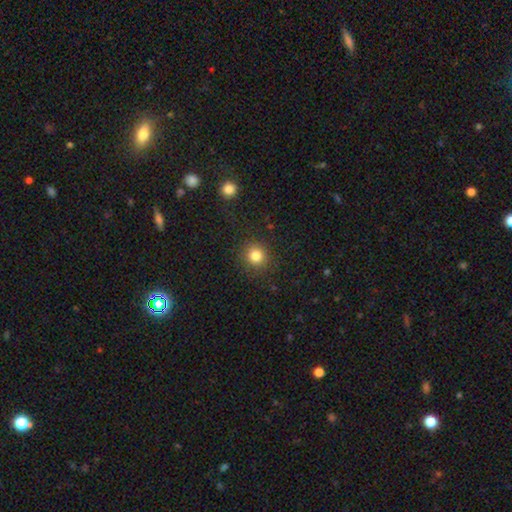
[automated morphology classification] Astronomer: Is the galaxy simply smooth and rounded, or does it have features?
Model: smooth — 82%.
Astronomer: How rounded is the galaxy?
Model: round — 91%.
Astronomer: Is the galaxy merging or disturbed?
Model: none — 88%.